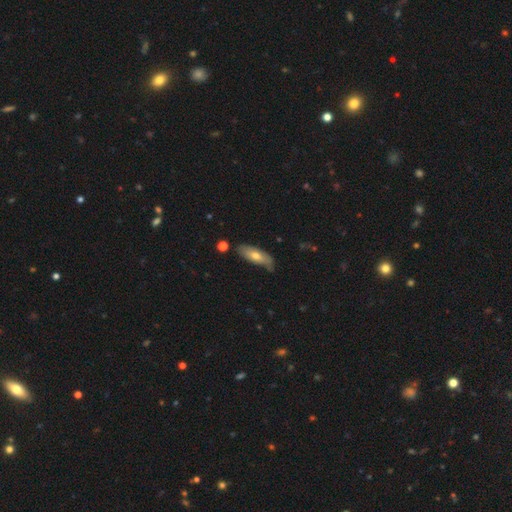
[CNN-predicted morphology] smooth 63%, featured or disk 31%, star or artifact 6%. Down the decision tree: how rounded — in between (67%); merging — none (65%).